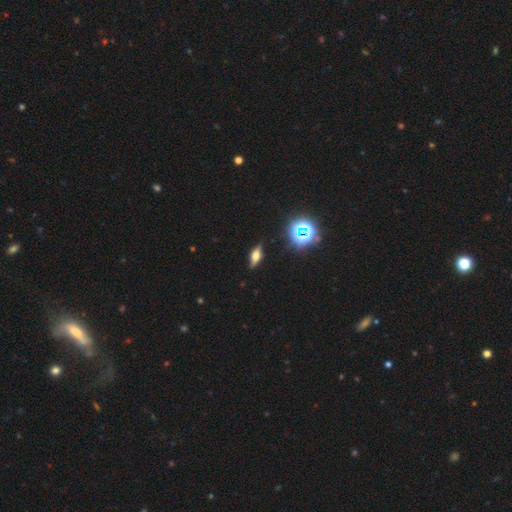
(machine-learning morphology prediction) smooth-or-featured: featured or disk: 43% | smooth: 41% | star or artifact: 17%
  merging: none: 85% | minor disturbance: 11% | major disturbance: 3% | merger: 1%